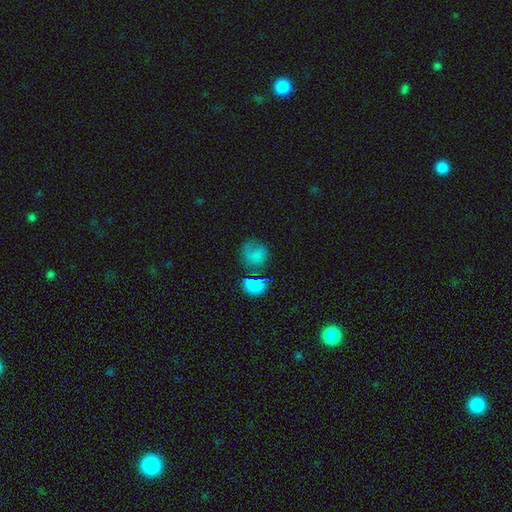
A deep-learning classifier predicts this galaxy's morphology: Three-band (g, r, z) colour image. It shows a smooth galaxy with no disk features (68%) that is round (76%). Merging: none (50%).